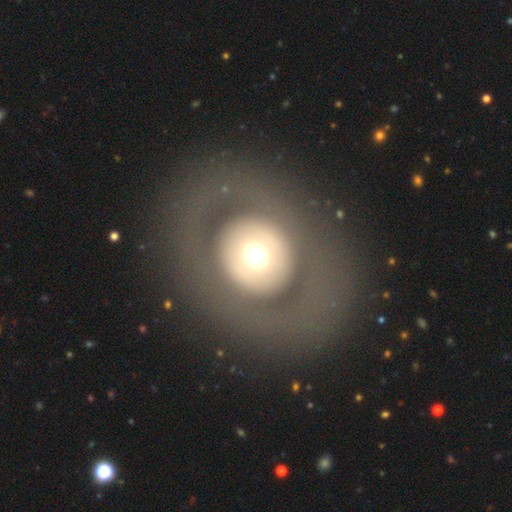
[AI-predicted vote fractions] smooth-or-featured: smooth: 47% | featured or disk: 43% | star or artifact: 10%
  merging: none: 81% | major disturbance: 10% | minor disturbance: 8% | merger: 1%